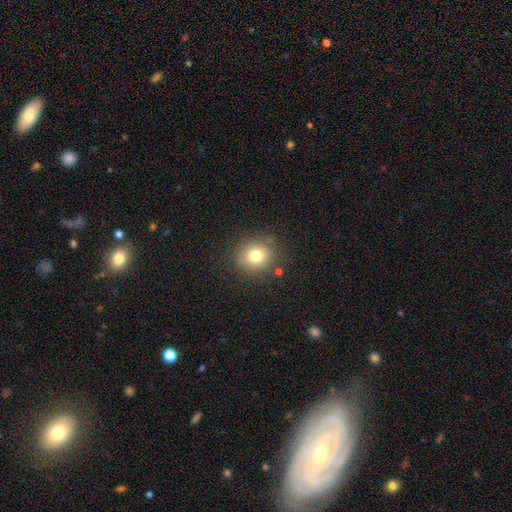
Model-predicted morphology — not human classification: smooth-or-featured: smooth: 77% | star or artifact: 13% | featured or disk: 10%
  how-rounded: round: 83% | in between: 16% | cigar-shaped: 1%
  merging: none: 83% | minor disturbance: 10% | major disturbance: 4% | merger: 3%